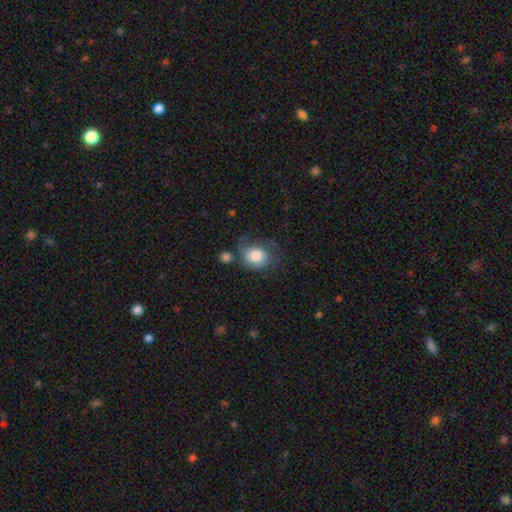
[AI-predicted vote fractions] This appears to be a smooth galaxy with no disk features (73%) that is round (59%). Merging: none (41%).